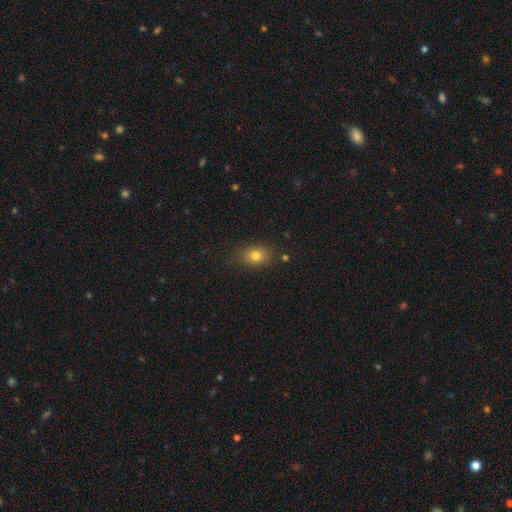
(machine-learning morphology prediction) The model was most divided on "how rounded": in between: 63%, round: 35%, cigar-shaped: 2%. More confident: smooth or featured — smooth (78%); merging — none (78%).